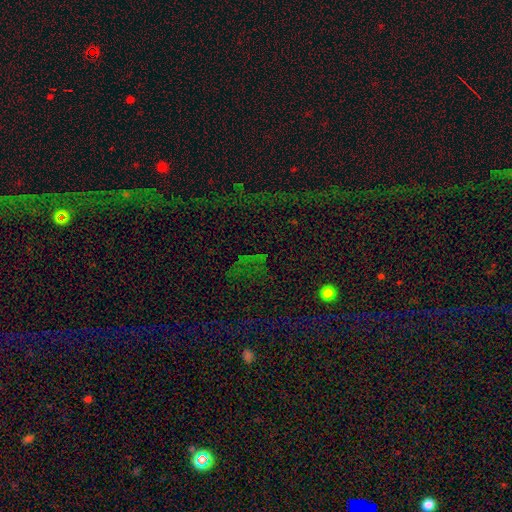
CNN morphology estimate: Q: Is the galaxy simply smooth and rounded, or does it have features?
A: star or artifact — 72%.